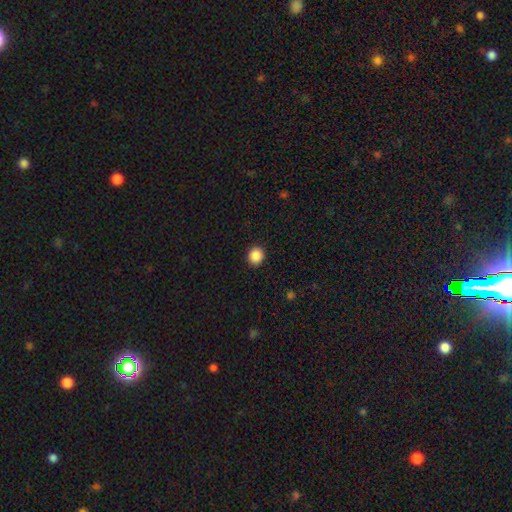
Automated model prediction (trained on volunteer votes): Smooth or featured?
  - smooth: 88% *
  - star or artifact: 9%
  - featured or disk: 3%
How rounded?
  - round: 87% *
  - in between: 13%
  - cigar-shaped: 1%
Merging?
  - none: 92% *
  - minor disturbance: 5%
  - major disturbance: 2%
  - merger: 1%